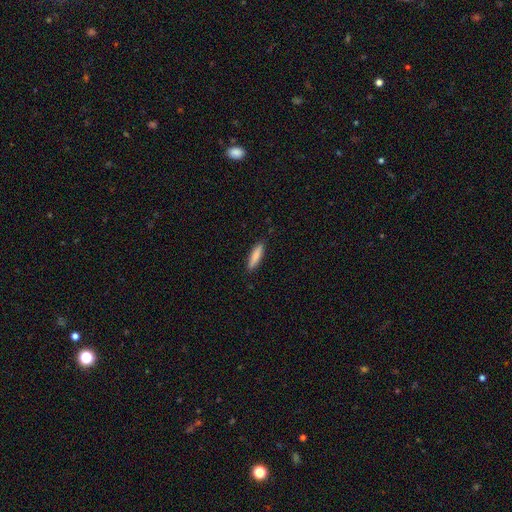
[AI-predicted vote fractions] smooth 84%, featured or disk 10%, star or artifact 6%. Down the decision tree: how rounded — cigar-shaped (75%); merging — none (87%).